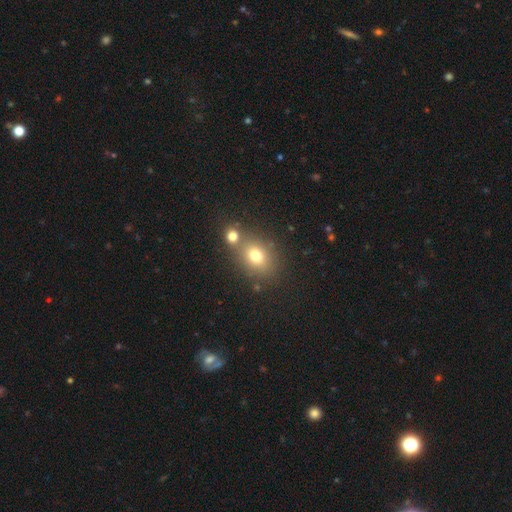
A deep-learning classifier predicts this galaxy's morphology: smooth 73%, star or artifact 14%, featured or disk 12%. Down the decision tree: how rounded — in between (55%); merging — none (55%).